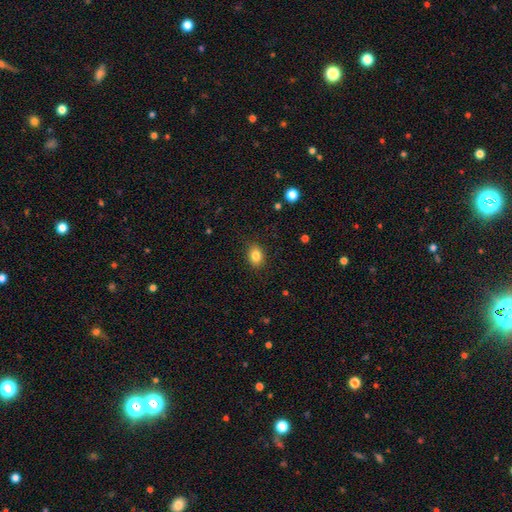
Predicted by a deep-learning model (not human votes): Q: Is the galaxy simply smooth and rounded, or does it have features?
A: smooth — 84%.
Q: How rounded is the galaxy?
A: in between — 61%.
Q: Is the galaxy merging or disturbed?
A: none — 87%.